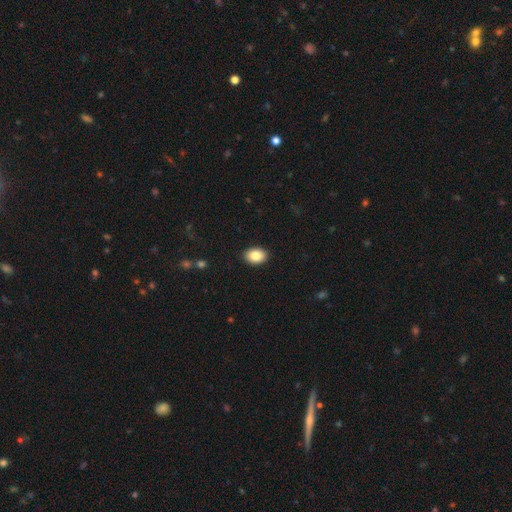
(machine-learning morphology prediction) This is clearly a smooth galaxy (86%). How rounded: likely in between (79%). Merging: clearly none (91%).